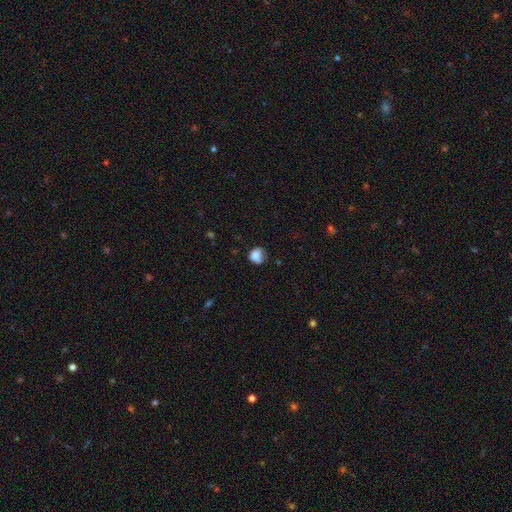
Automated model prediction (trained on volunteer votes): This is clearly a smooth galaxy (83%). How rounded: likely round (68%). Merging: possibly none (53%).